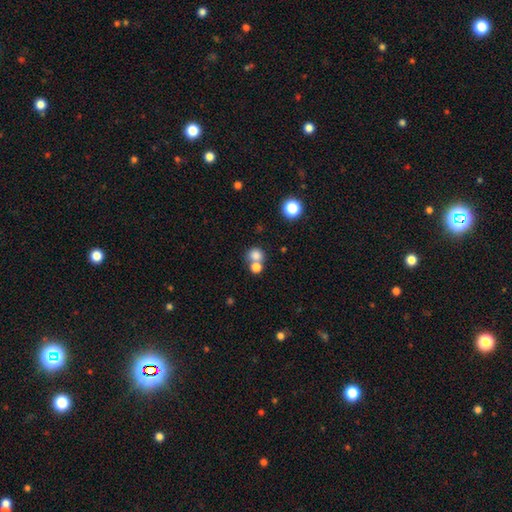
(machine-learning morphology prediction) smooth-or-featured: smooth: 78% | star or artifact: 13% | featured or disk: 9%
  how-rounded: round: 79% | in between: 20% | cigar-shaped: 1%
  merging: none: 46% | merger: 44% | minor disturbance: 7% | major disturbance: 4%